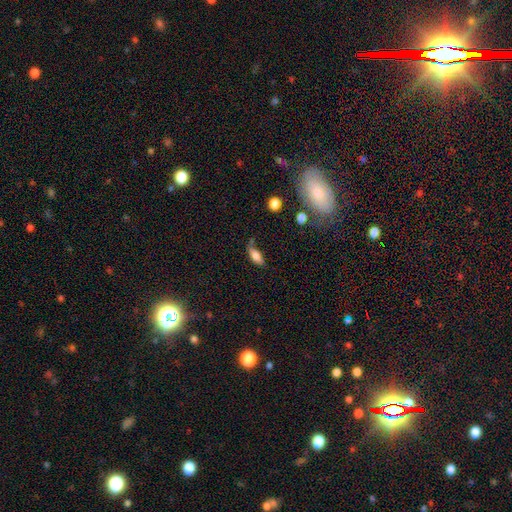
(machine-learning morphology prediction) Smooth or featured: smooth — 75% (featured or disk — 16%)
How rounded: in between — 77% (cigar-shaped — 20%)
Merging: none — 58% (minor disturbance — 27%)